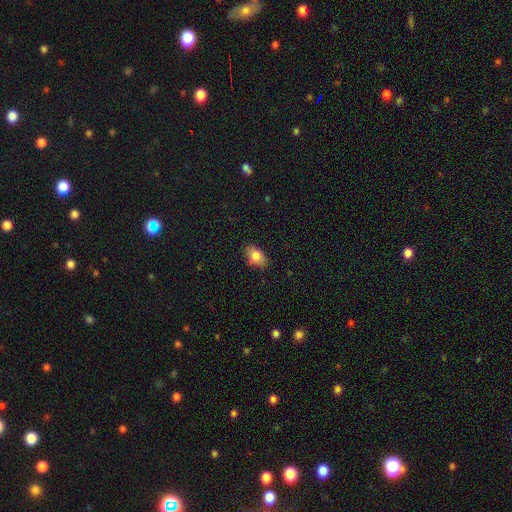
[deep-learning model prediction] Smooth or featured? Predicted: smooth (p=0.82). How rounded? Predicted: in between (p=0.87). Merging? Predicted: none (p=0.83).